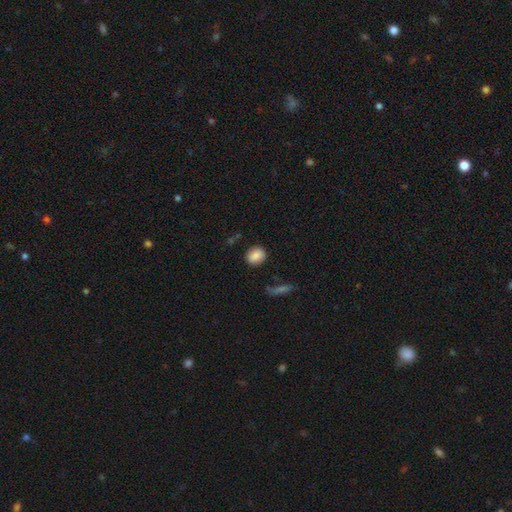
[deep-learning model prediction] A smooth galaxy with no disk features (86%) that is round (63%). Merging: none (85%).